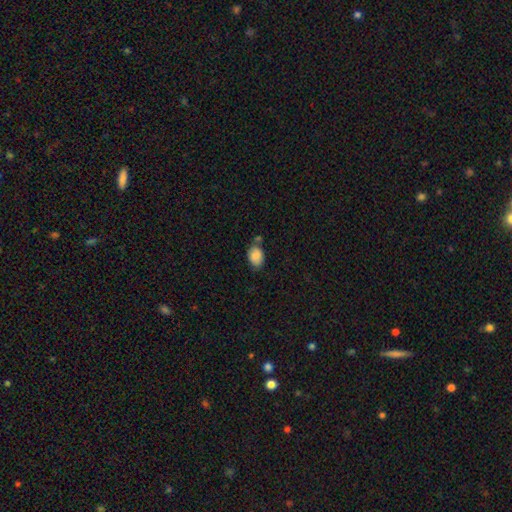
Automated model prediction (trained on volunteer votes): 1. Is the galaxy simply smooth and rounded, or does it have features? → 87% smooth, 8% star or artifact, 6% featured or disk.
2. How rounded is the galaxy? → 77% in between, 22% round, 1% cigar-shaped.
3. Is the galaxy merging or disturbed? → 57% none, 22% minor disturbance, 15% merger, 6% major disturbance.